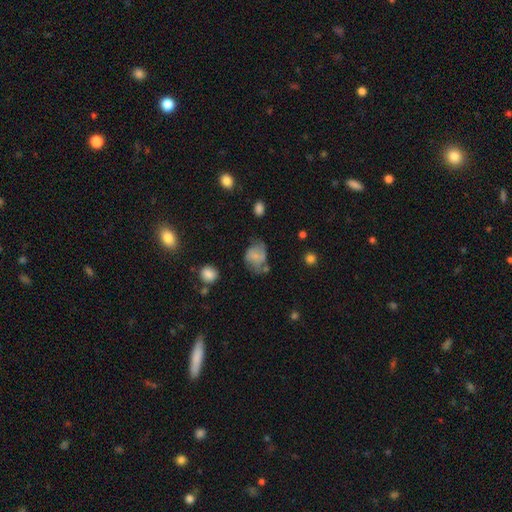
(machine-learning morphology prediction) This appears to be a smooth galaxy with no disk features (57%) that is in between round and cigar-shaped (59%). Merging: none (39%).